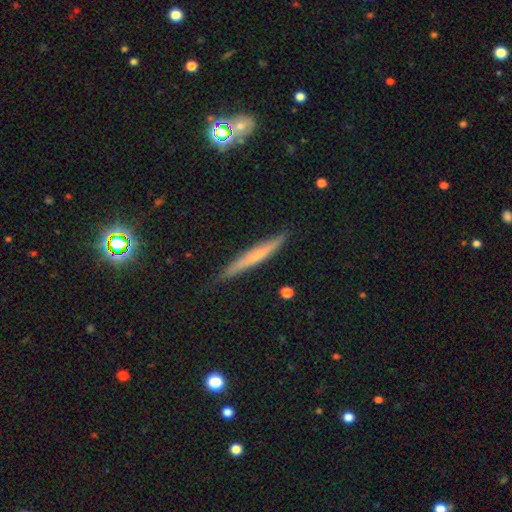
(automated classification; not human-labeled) smooth-or-featured: smooth: 52% | featured or disk: 42% | star or artifact: 7%
  how-rounded: cigar-shaped: 96% | in between: 3% | round: 1%
  merging: none: 85% | minor disturbance: 12% | major disturbance: 2% | merger: 1%